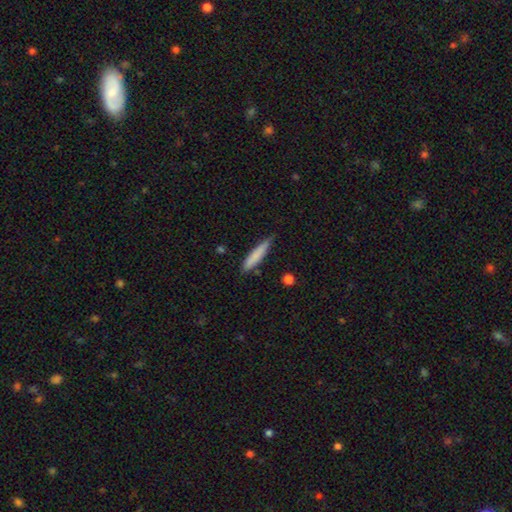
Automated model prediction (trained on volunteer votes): Overall: smooth (79%). How rounded: cigar-shaped (88%). Merging: none (77%).